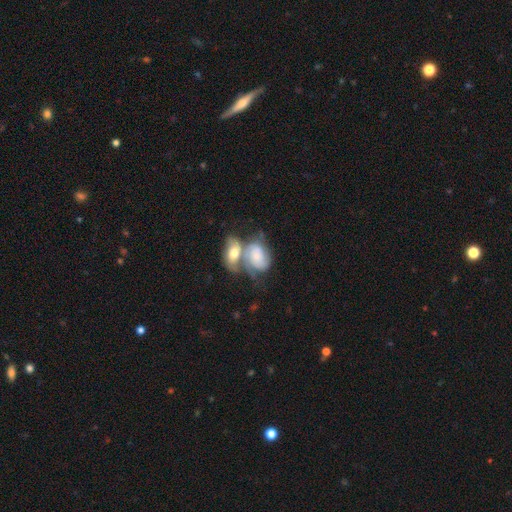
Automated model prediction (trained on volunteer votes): A featured or disk galaxy (58%) with no bar (74%), spiral arms (83%) and a small central bulge (56%).

Vote fractions:
- Smooth or featured? featured or disk: 58% / smooth: 36% / star or artifact: 6%
- Edge-on disk? no: 96% / yes: 4%
- Bar? no: 74% / weak: 21% / strong: 4%
- Spiral arms? yes: 83% / no: 17%
- Bulge size? small: 56% / moderate: 32% / none: 5% / large: 5% / dominant: 2%
- Merging? merger: 65% / none: 17% / minor disturbance: 10% / major disturbance: 9%